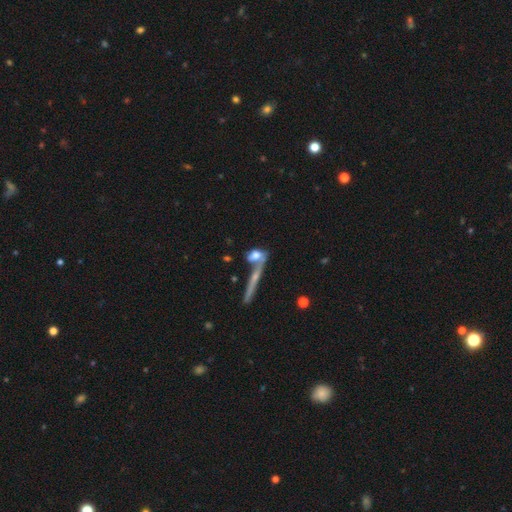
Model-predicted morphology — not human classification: This is possibly a smooth galaxy (59%). How rounded: possibly in between (50%). Merging: marginally none (39%, tied with merger).